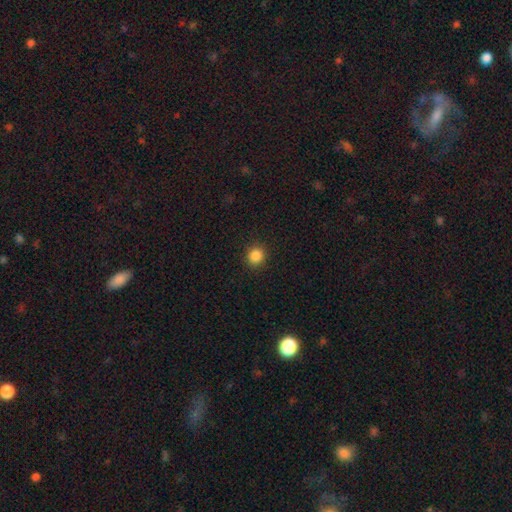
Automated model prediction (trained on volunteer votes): This appears to be a smooth galaxy with no disk features (86%) that is round (87%). Merging: none (91%).